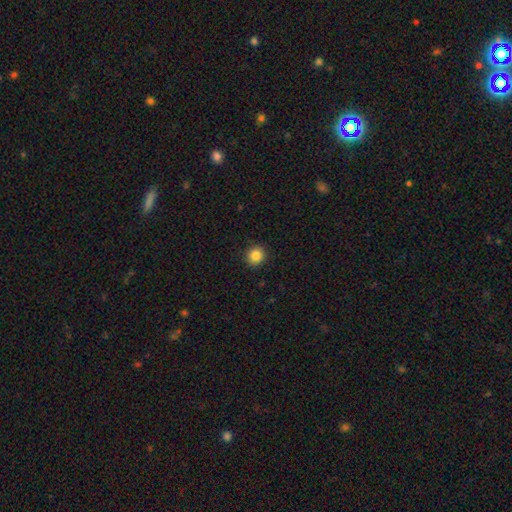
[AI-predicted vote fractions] Overall: smooth (85%). How rounded: round (90%). Merging: none (92%).